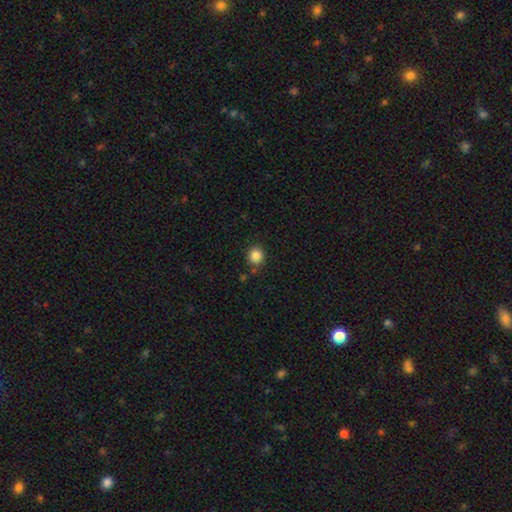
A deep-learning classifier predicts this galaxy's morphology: smooth_or_featured: smooth (p=0.86) [alt: star or artifact p=0.11]
how_rounded: round (p=0.88) [alt: in between p=0.11]
merging: none (p=0.82) [alt: minor disturbance p=0.11]